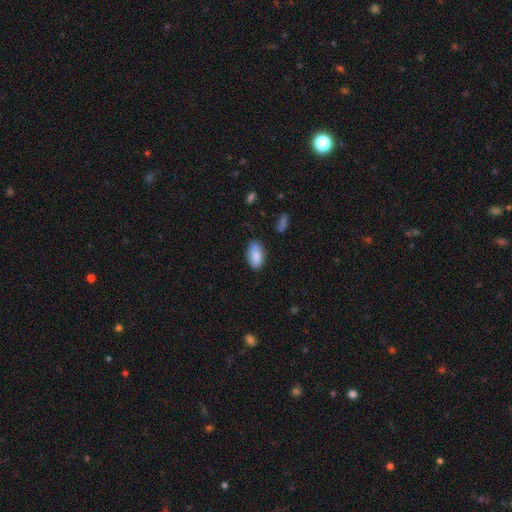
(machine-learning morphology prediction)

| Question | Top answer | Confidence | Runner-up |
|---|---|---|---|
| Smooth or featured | smooth | 86% | featured or disk (7%) |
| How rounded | in between | 94% | round (3%) |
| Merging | none | 79% | minor disturbance (16%) |